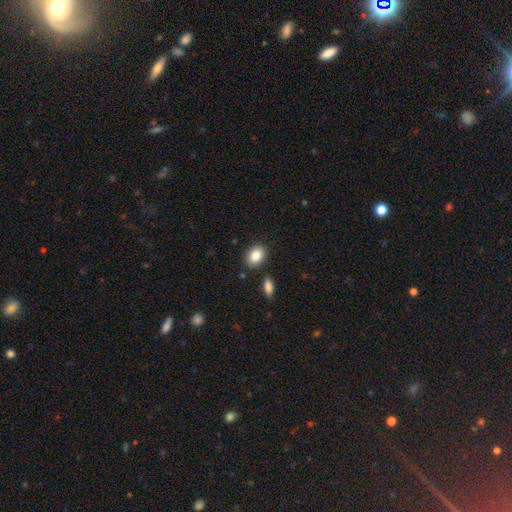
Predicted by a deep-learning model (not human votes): Smooth or featured: smooth — 85% (star or artifact — 8%)
How rounded: in between — 72% (round — 27%)
Merging: none — 84% (minor disturbance — 9%)